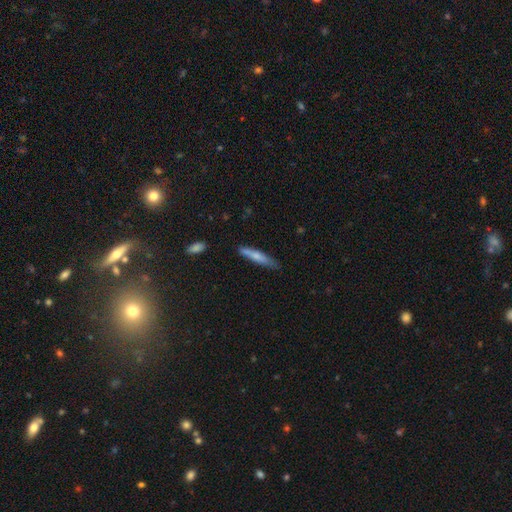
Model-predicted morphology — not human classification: This appears to be a smooth galaxy with no disk features (69%) that is cigar-shaped (89%). Merging: none (70%).